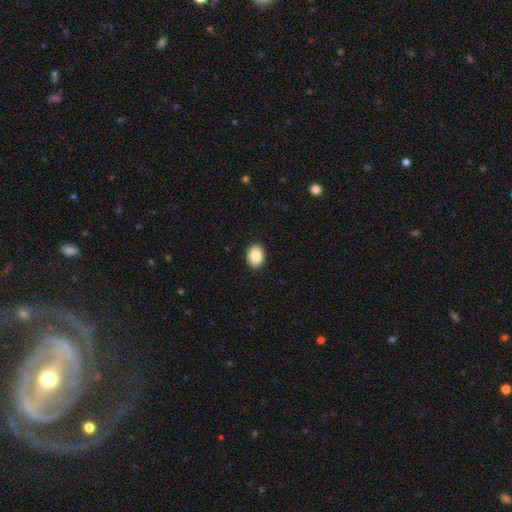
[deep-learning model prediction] A smooth galaxy with no disk features (89%) that is in between round and cigar-shaped (69%).

Vote fractions:
- Smooth or featured? smooth: 89% / star or artifact: 7% / featured or disk: 4%
- How rounded? in between: 69% / round: 30% / cigar-shaped: 1%
- Merging? none: 91% / minor disturbance: 7% / major disturbance: 2% / merger: 1%